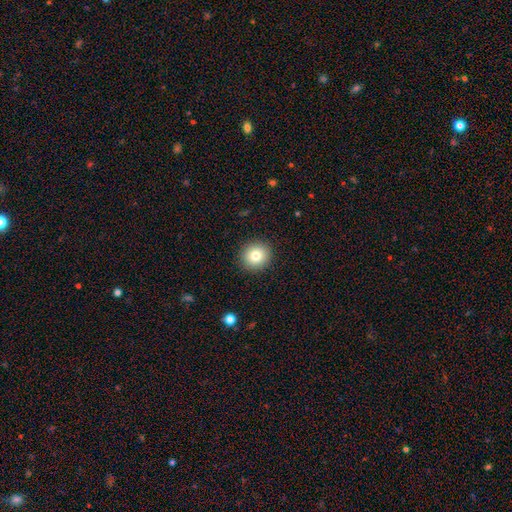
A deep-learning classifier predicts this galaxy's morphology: smooth 80%, star or artifact 11%, featured or disk 9%. Down the decision tree: how rounded — round (92%); merging — none (91%).